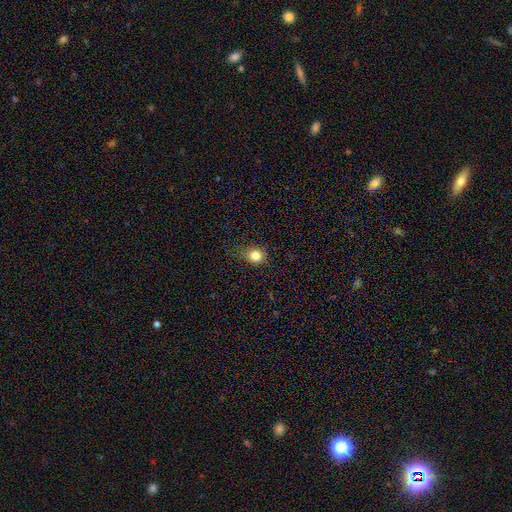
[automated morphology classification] smooth 82%, star or artifact 12%, featured or disk 6%. Down the decision tree: how rounded — round (80%); merging — none (77%).